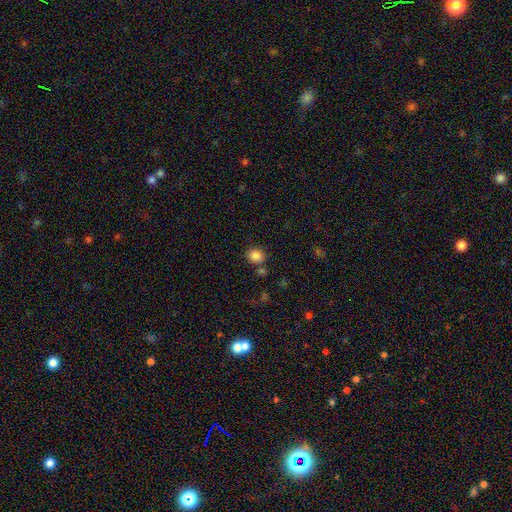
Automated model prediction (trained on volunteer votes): Morphology: type=smooth (85%); roundness=round (71%); merging=none (77%).